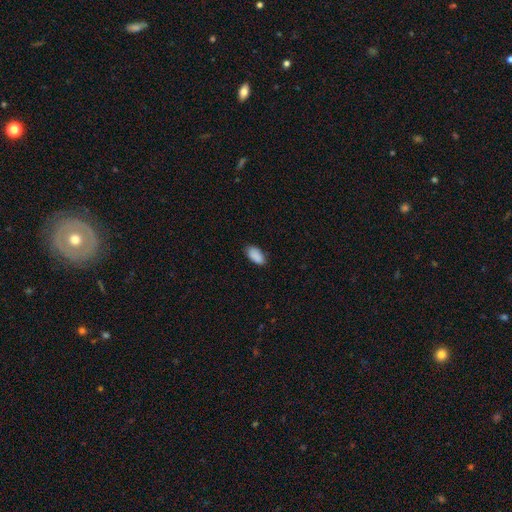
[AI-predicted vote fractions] Morphology: type=smooth (90%); roundness=in between (94%); merging=none (82%).